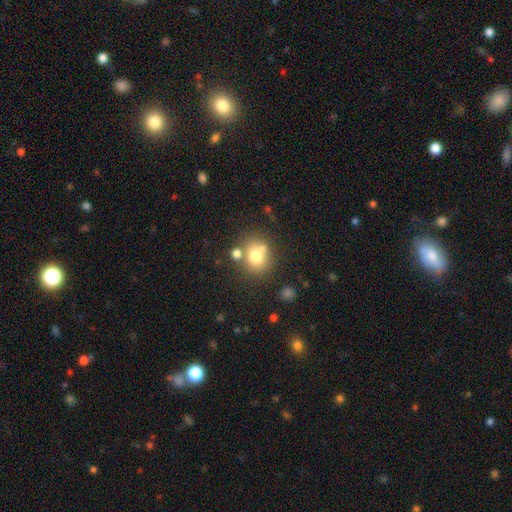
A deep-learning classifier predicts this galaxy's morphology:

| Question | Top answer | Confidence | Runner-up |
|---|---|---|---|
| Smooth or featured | smooth | 70% | featured or disk (16%) |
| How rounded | round | 73% | in between (26%) |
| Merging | none | 59% | merger (24%) |